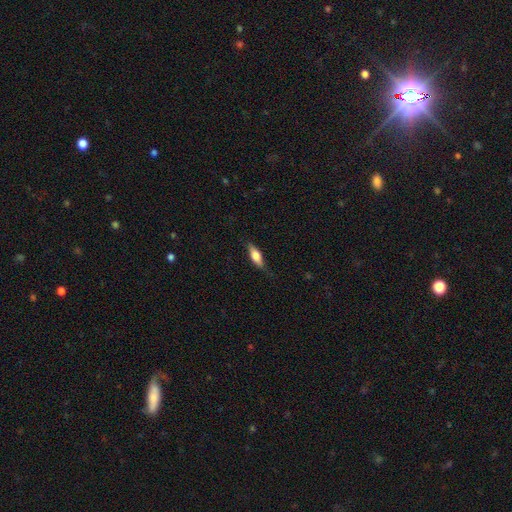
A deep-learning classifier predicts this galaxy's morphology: Smooth or featured?
  - smooth: 59% *
  - featured or disk: 35%
  - star or artifact: 6%
How rounded?
  - in between: 57% *
  - cigar-shaped: 39%
  - round: 3%
Merging?
  - none: 75% *
  - minor disturbance: 20%
  - major disturbance: 4%
  - merger: 1%